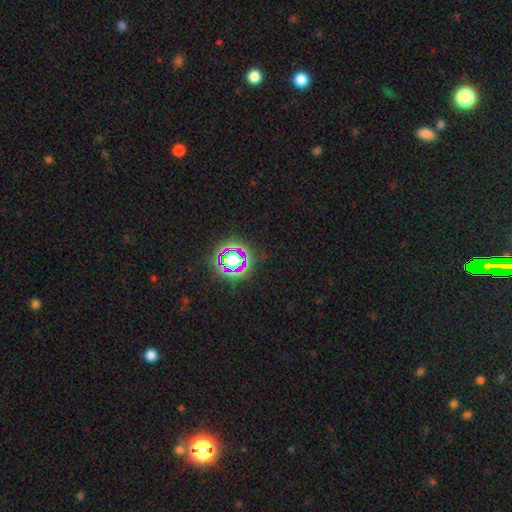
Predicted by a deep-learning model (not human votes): star or artifact 77%, smooth 14%, featured or disk 9%.